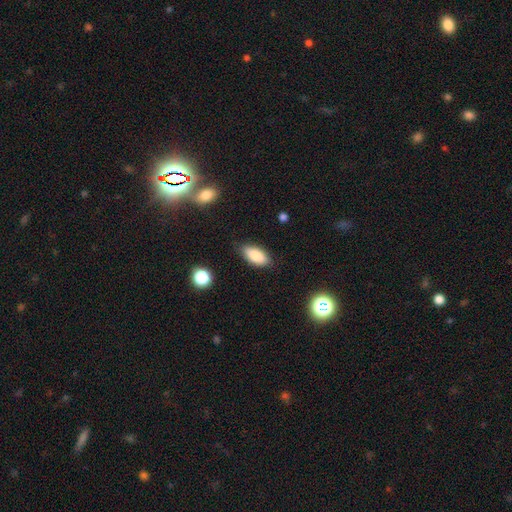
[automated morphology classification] A smooth galaxy with no disk features (86%) that is in between round and cigar-shaped (90%). Merging: none (83%).